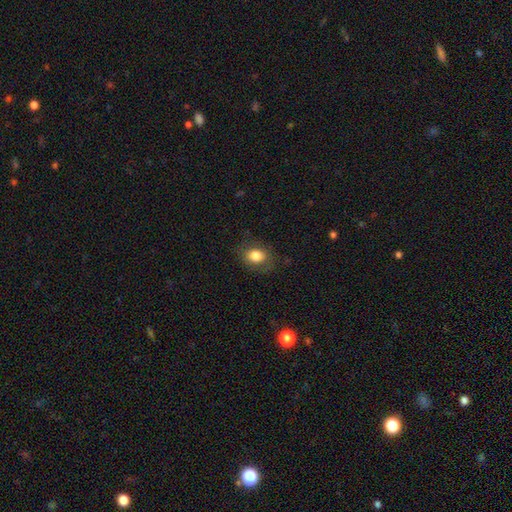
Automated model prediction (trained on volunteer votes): smooth 82%, featured or disk 9%, star or artifact 9%. Down the decision tree: how rounded — in between (62%); merging — none (79%).